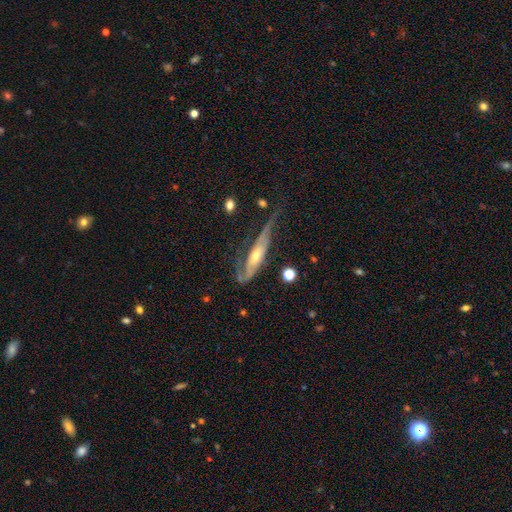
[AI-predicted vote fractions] Overall: featured or disk (76%). Edge-on disk: no (63%; yes 37%). Merging: none (38%; major disturbance 31%).